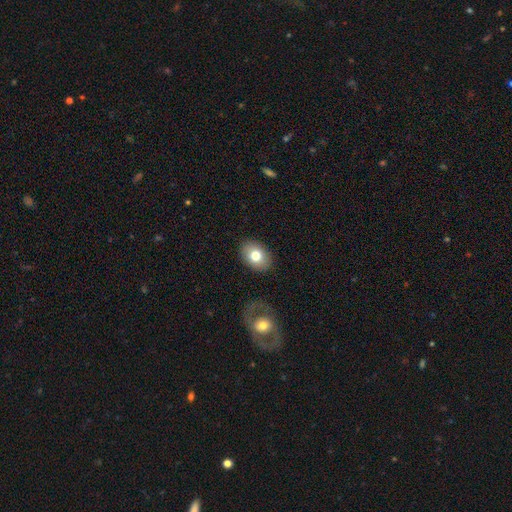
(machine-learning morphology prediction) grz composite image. It shows a smooth galaxy with no disk features (76%) that is in between round and cigar-shaped (75%). Merging: none (86%).